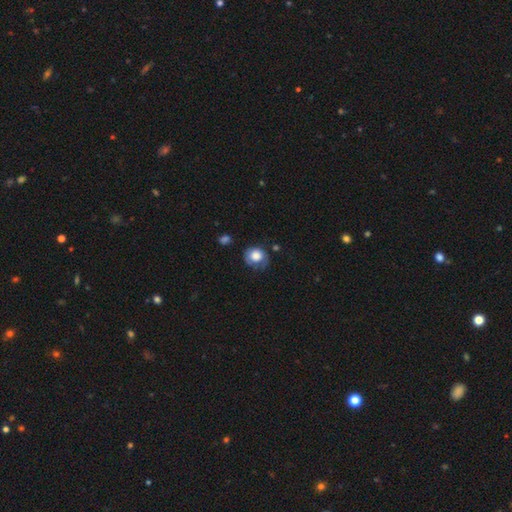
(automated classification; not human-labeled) smooth_or_featured: smooth (p=0.76) [alt: featured or disk p=0.16]
how_rounded: round (p=0.71) [alt: in between p=0.29]
merging: none (p=0.55) [alt: minor disturbance p=0.30]